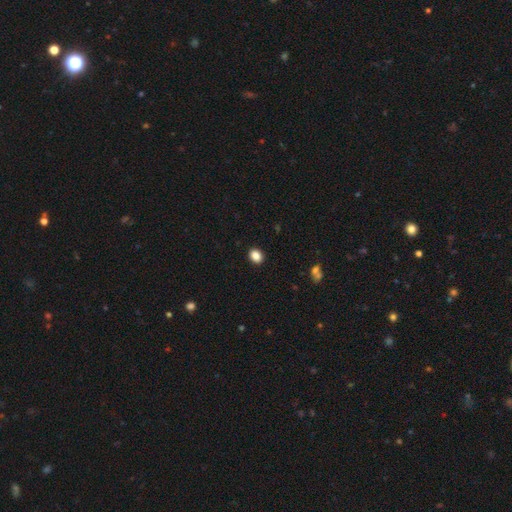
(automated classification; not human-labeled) Smooth or featured?
  - smooth: 87% *
  - star or artifact: 9%
  - featured or disk: 3%
How rounded?
  - in between: 59% *
  - round: 40%
  - cigar-shaped: 1%
Merging?
  - none: 91% *
  - minor disturbance: 6%
  - major disturbance: 2%
  - merger: 1%